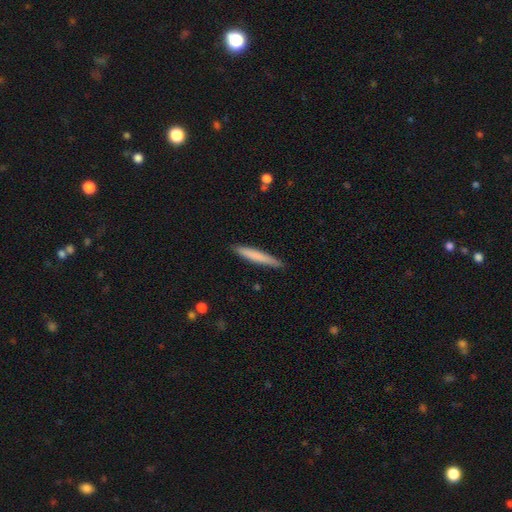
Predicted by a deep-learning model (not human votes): The model was most divided on "smooth or featured": smooth: 73%, featured or disk: 22%, star or artifact: 5%. More confident: how rounded — cigar-shaped (96%); merging — none (90%).